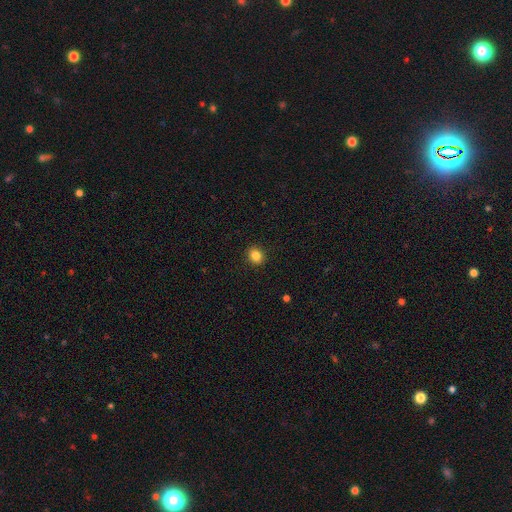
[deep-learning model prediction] Smooth or featured: smooth — 85% (star or artifact — 11%)
How rounded: round — 71% (in between — 28%)
Merging: none — 91% (minor disturbance — 6%)